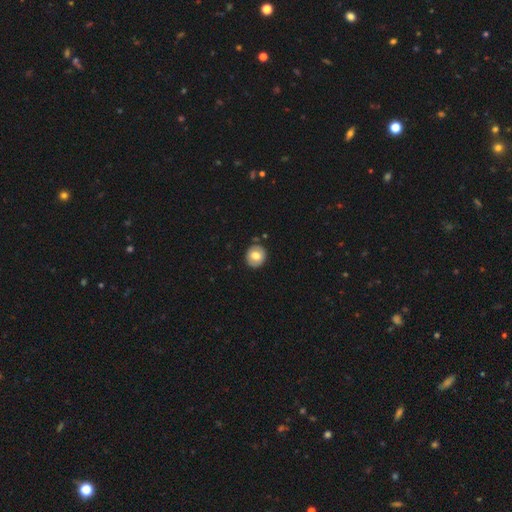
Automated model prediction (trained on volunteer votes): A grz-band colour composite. It shows a smooth galaxy with no disk features (74%) that is round (80%). Merging: none (87%).